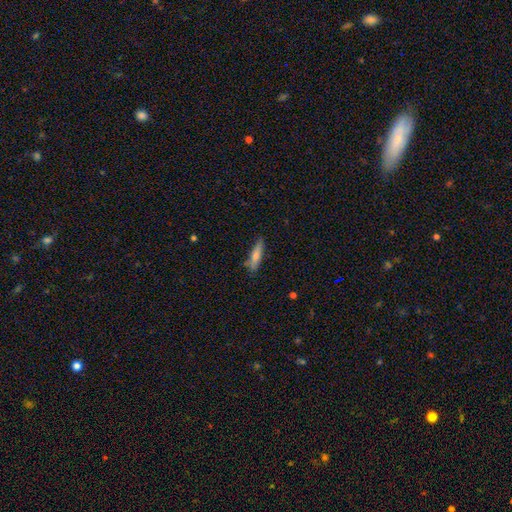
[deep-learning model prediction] A smooth galaxy with no disk features (62%) that is cigar-shaped (83%). Merging: none (80%).